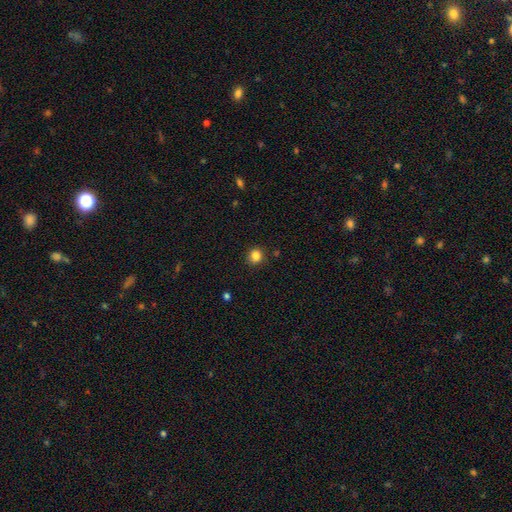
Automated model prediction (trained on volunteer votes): Morphology: type=smooth (84%); roundness=round (86%); merging=none (88%).